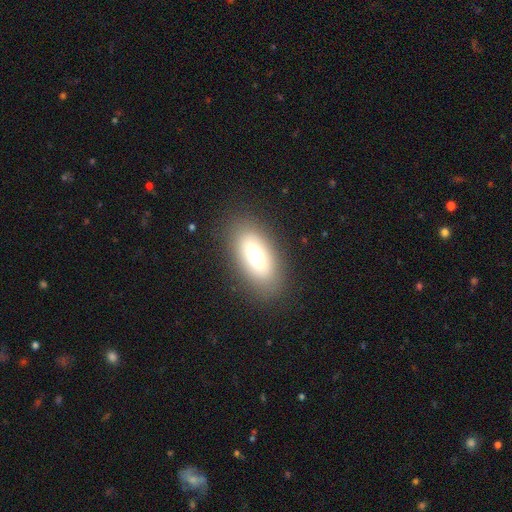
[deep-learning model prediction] Smooth or featured? Predicted: smooth (p=0.57). How rounded? Predicted: in between (p=0.83). Merging? Predicted: none (p=0.83).